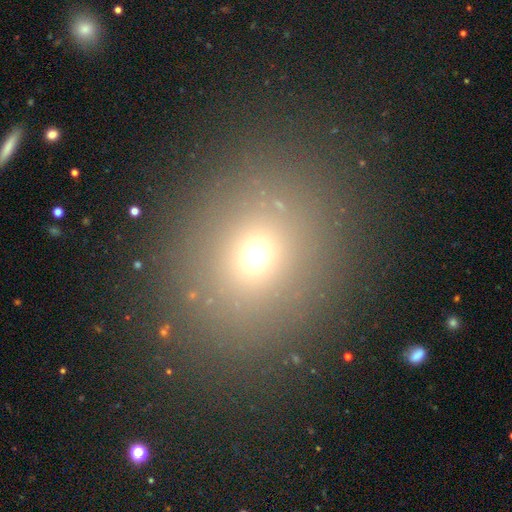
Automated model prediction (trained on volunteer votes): Morphology: type=smooth (67%); roundness=round (71%); merging=none (85%).